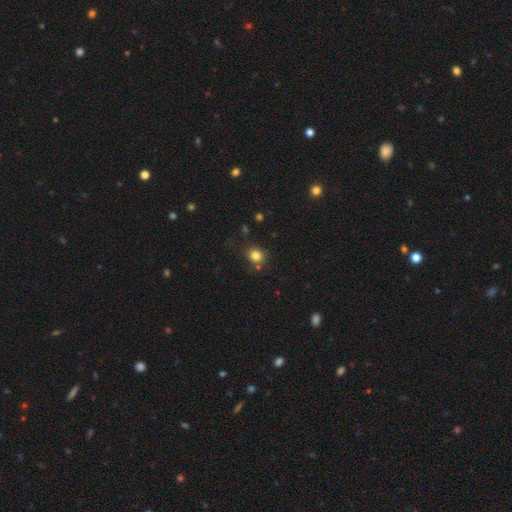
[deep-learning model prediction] The model was most divided on "how rounded": round: 73%, in between: 26%, cigar-shaped: 1%. More confident: smooth or featured — smooth (81%); merging — none (75%).